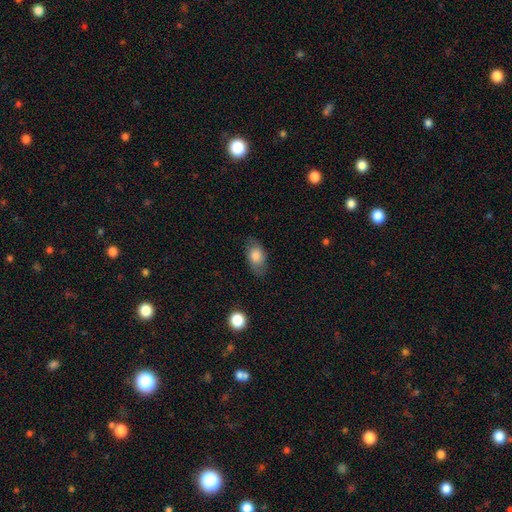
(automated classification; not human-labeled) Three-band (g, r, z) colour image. It shows a smooth galaxy with no disk features (76%) that is in between round and cigar-shaped (87%). Merging: none (75%).